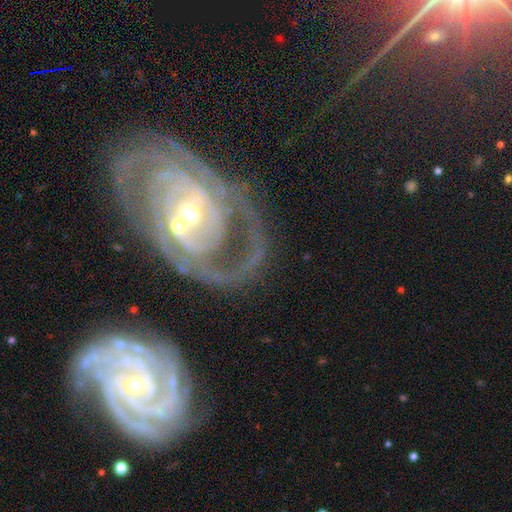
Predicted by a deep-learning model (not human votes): smooth-or-featured: featured or disk: 85% | smooth: 8% | star or artifact: 7%
  disk-edge-on: no: 96% | yes: 4%
    bar: no: 47% | weak: 29% | strong: 23%
    has-spiral-arms: yes: 92% | no: 8%
      spiral-winding: tight: 67% | medium: 26% | loose: 7%
      spiral-arm-count: 2: 34% | can't tell: 25% | 3: 18% | 4: 9% | 1: 7% | more than 4: 7%
    bulge-size: small: 55% | moderate: 39% | large: 3% | none: 1% | dominant: 1%
  merging: none: 51% | merger: 21% | minor disturbance: 15% | major disturbance: 12%